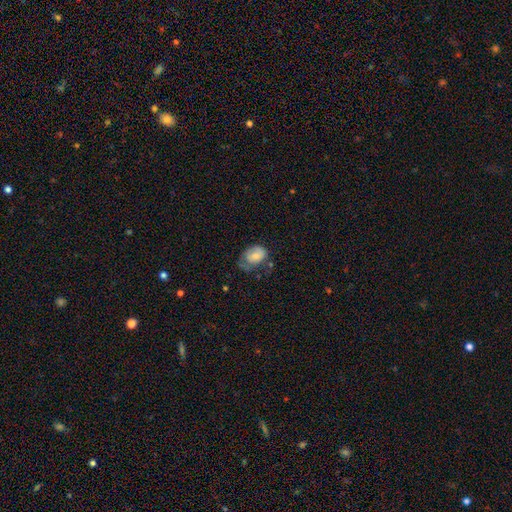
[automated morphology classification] smooth 71%, featured or disk 21%, star or artifact 8%. Down the decision tree: how rounded — in between (81%); merging — minor disturbance (36%).